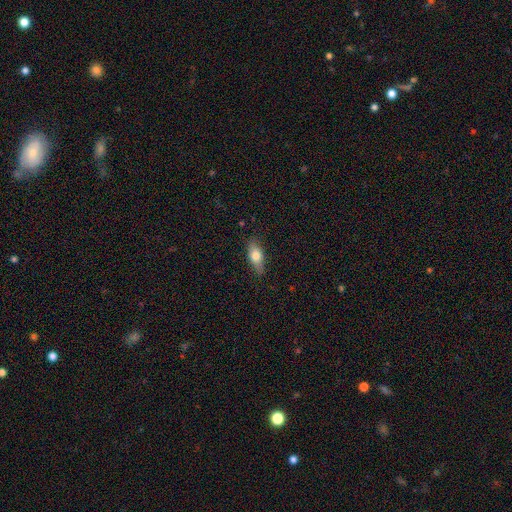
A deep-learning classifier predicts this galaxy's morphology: type=smooth (70%); roundness=in between (77%); merging=none (81%).